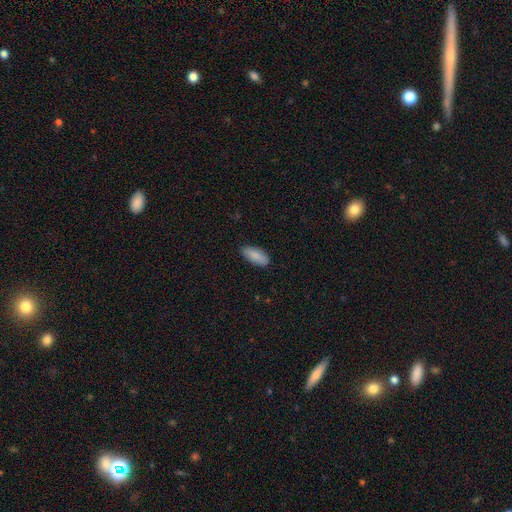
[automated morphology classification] This appears to be a smooth galaxy with no disk features (89%) that is in between round and cigar-shaped (87%). Merging: none (87%).